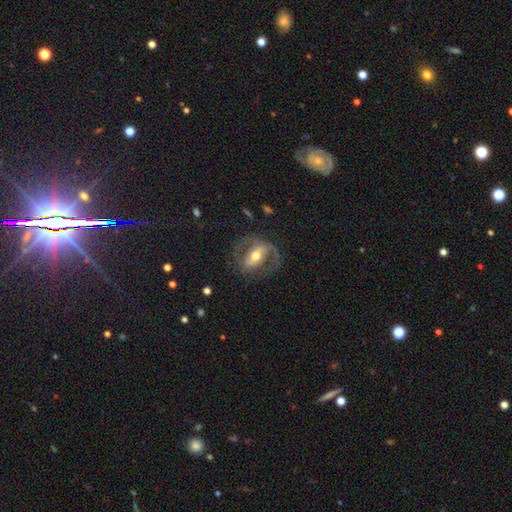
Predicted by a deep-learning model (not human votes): A featured or disk galaxy (82%) with a strong bar (47%), 2 (84%) medium (52%) spiral arms (86%) and a moderate central bulge (71%).

Vote fractions:
- Smooth or featured? featured or disk: 82% / smooth: 12% / star or artifact: 5%
- Edge-on disk? no: 95% / yes: 5%
- Bar? strong: 47% / weak: 33% / no: 19%
- Spiral arms? yes: 86% / no: 14%
- Spiral winding? medium: 52% / loose: 28% / tight: 21%
- Spiral arm count? 2: 84% / 1: 8% / can't tell: 5% / 3: 1% / 4: 1% / more than 4: 1%
- Bulge size? moderate: 71% / small: 18% / large: 9% / dominant: 1% / none: 1%
- Merging? none: 70% / minor disturbance: 15% / major disturbance: 14% / merger: 2%